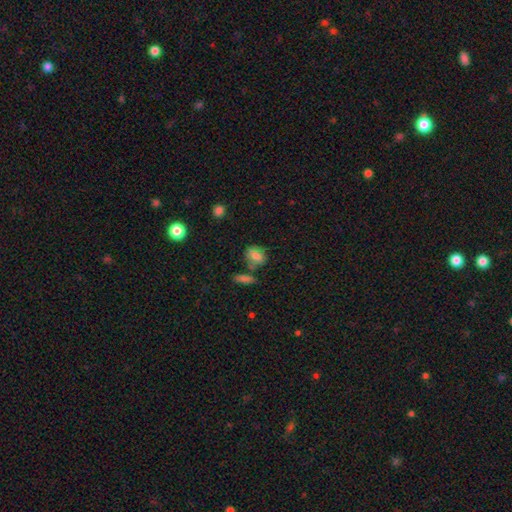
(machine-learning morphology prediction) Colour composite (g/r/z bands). It shows a smooth galaxy with no disk features (80%) that is in between round and cigar-shaped (66%). Merging: none (63%).